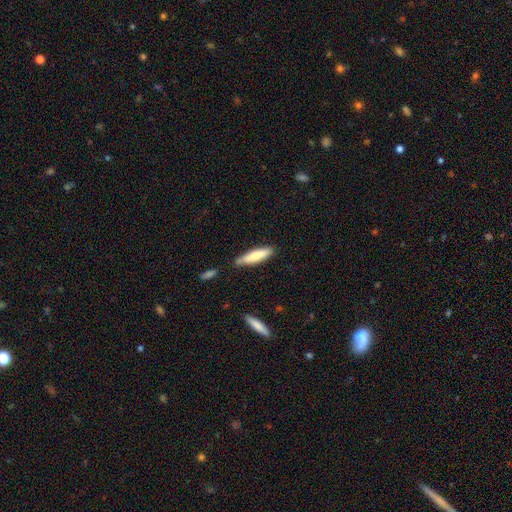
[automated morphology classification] This appears to be a smooth galaxy with no disk features (73%) that is cigar-shaped (76%). Merging: none (78%).